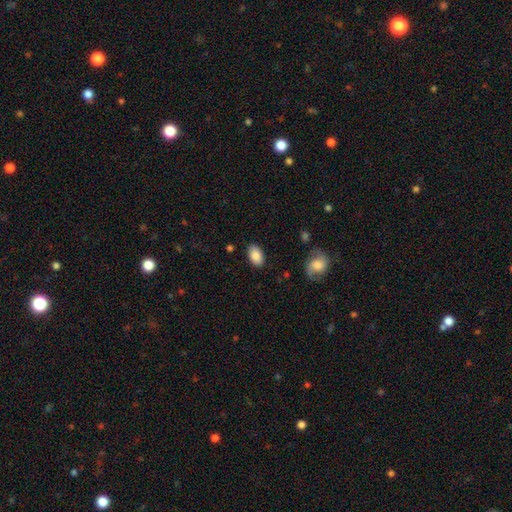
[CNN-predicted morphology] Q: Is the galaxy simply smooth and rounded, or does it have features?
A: smooth — 87%.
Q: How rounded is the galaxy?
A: in between — 93%.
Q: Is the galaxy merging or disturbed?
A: none — 85%.